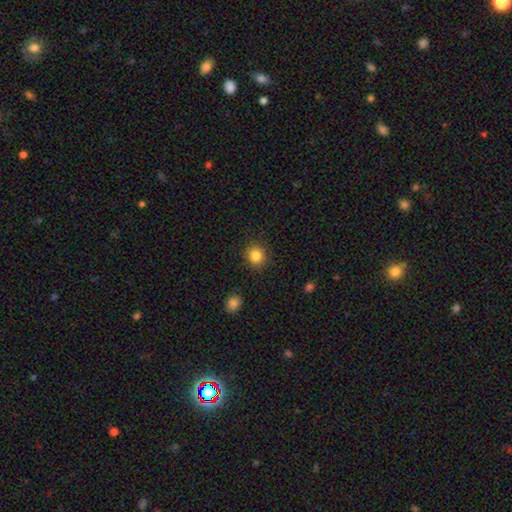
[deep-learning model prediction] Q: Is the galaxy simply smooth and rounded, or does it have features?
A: smooth — 84%.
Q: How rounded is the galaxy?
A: round — 84%.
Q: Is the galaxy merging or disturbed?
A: none — 90%.